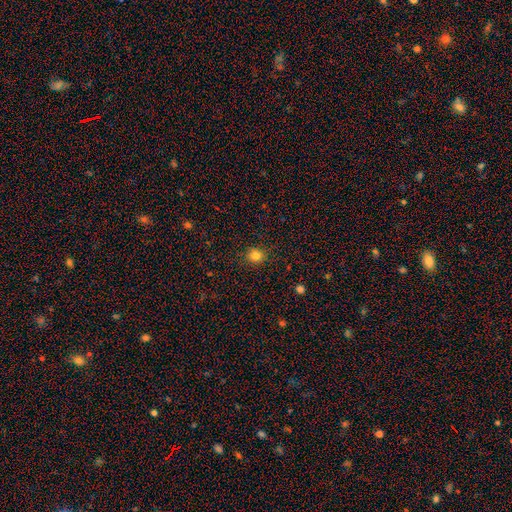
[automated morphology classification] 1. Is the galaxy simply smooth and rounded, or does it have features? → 82% smooth, 13% star or artifact, 5% featured or disk.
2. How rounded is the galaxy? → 84% round, 16% in between, 1% cigar-shaped.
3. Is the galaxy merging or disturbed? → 90% none, 7% minor disturbance, 2% major disturbance, 1% merger.